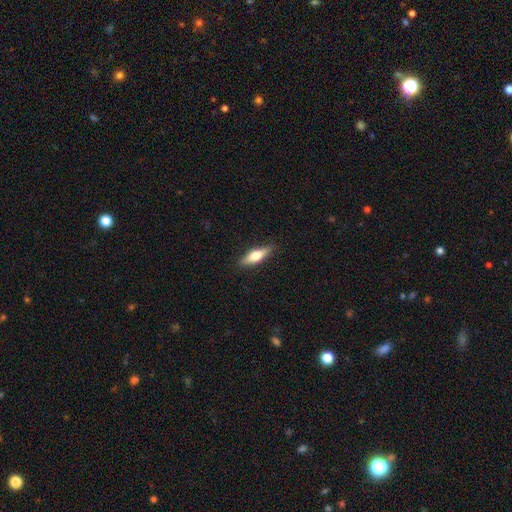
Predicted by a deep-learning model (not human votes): Smooth or featured: smooth — 56% (featured or disk — 38%)
How rounded: cigar-shaped — 56% (in between — 41%)
Merging: none — 88% (minor disturbance — 9%)